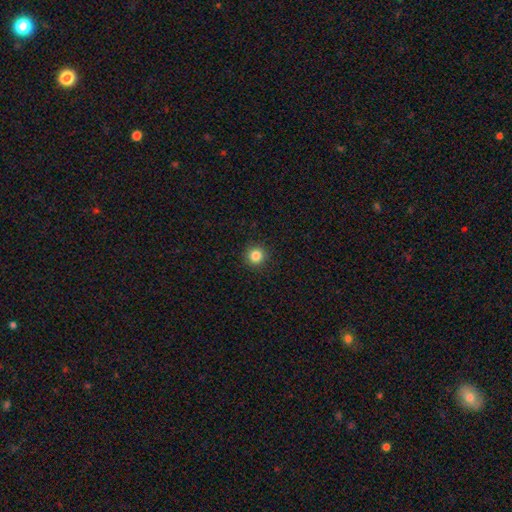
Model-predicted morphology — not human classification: A smooth galaxy with no disk features (84%) that is round (95%).

Vote fractions:
- Smooth or featured? smooth: 84% / star or artifact: 12% / featured or disk: 5%
- How rounded? round: 95% / in between: 4% / cigar-shaped: 1%
- Merging? none: 93% / minor disturbance: 5% / major disturbance: 2% / merger: 1%